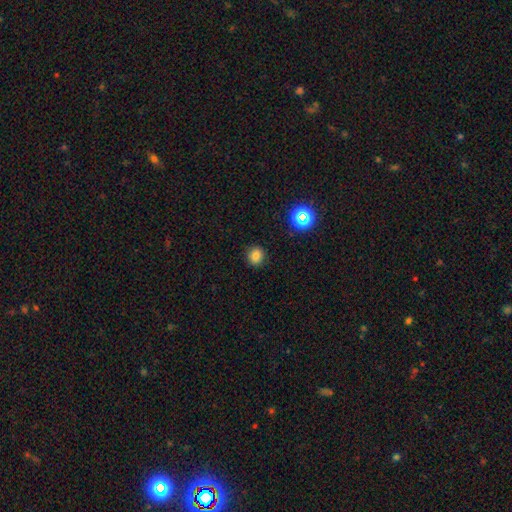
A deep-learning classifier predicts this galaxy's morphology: smooth 79%, star or artifact 15%, featured or disk 5%. Down the decision tree: how rounded — round (89%); merging — none (90%).